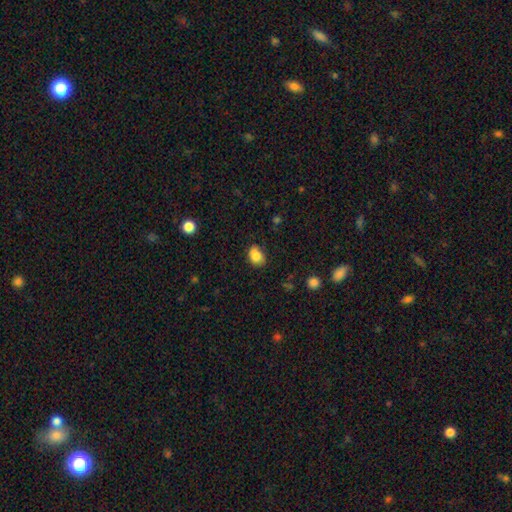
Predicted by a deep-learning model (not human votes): smooth-or-featured: smooth: 82% | star or artifact: 10% | featured or disk: 9%
  how-rounded: in between: 68% | round: 31% | cigar-shaped: 1%
  merging: none: 67% | minor disturbance: 25% | major disturbance: 5% | merger: 4%